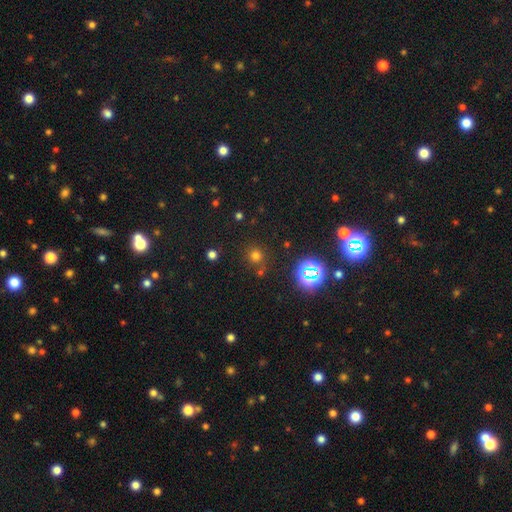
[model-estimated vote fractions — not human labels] Overall: smooth (63%; star or artifact 31%). How rounded: round (92%). Merging: none (79%).